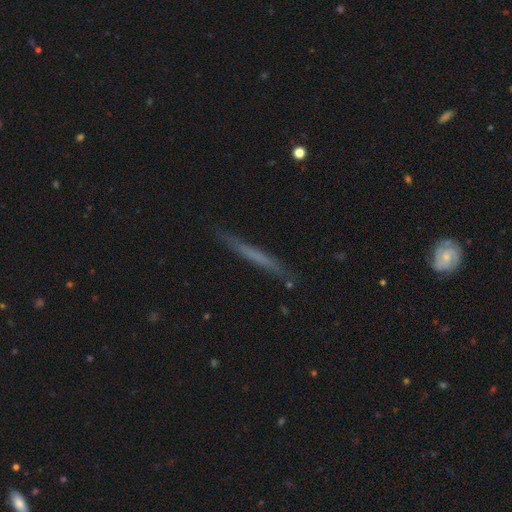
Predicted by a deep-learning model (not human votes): Morphology: type=smooth (48%); merging=none (84%).